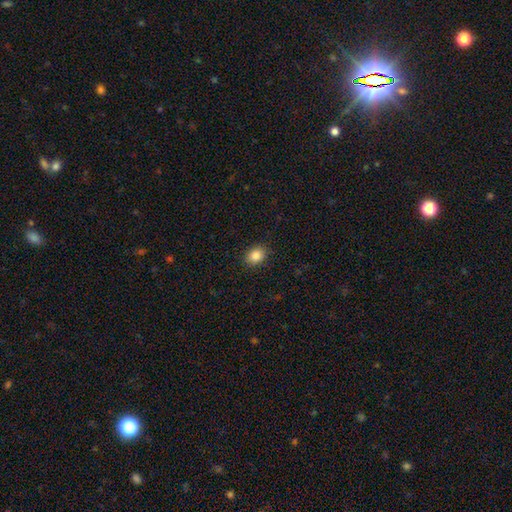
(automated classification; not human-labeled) smooth-or-featured: smooth: 86% | star or artifact: 9% | featured or disk: 5%
  how-rounded: in between: 51% | round: 48% | cigar-shaped: 1%
  merging: none: 90% | minor disturbance: 7% | major disturbance: 2% | merger: 1%